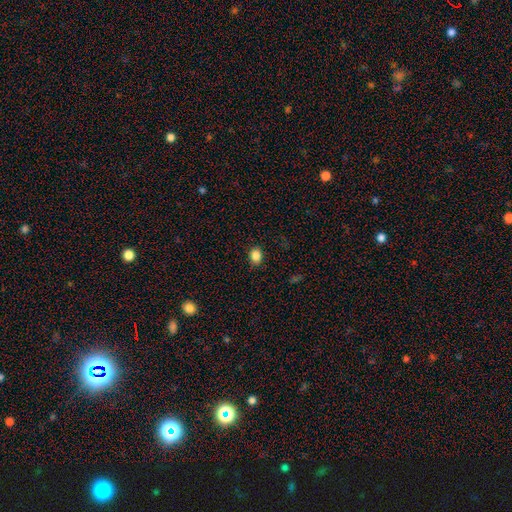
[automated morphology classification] A smooth galaxy with no disk features (85%) that is in between round and cigar-shaped (52%). Merging: none (87%).